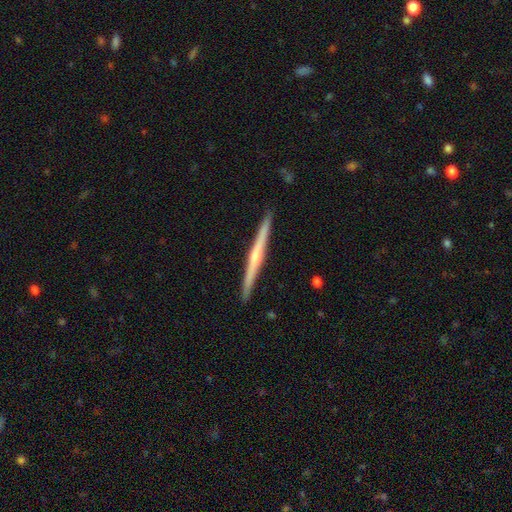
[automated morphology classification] Smooth or featured?
  - featured or disk: 75% *
  - smooth: 20%
  - star or artifact: 5%
Edge-on disk?
  - yes: 98% *
  - no: 2%
Edge-on bulge?
  - rounded: 72% *
  - none: 23%
  - boxy: 5%
Merging?
  - none: 92% *
  - minor disturbance: 6%
  - major disturbance: 1%
  - merger: 1%